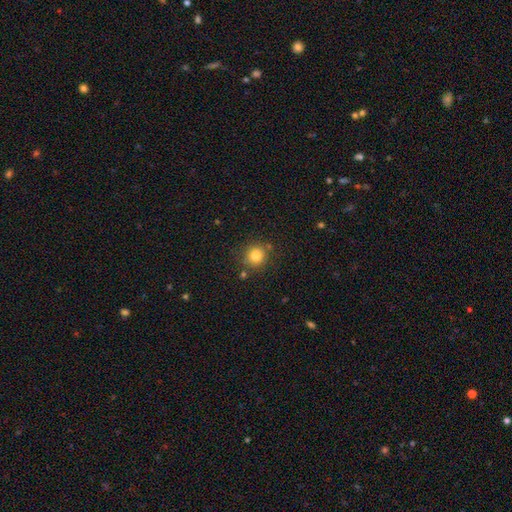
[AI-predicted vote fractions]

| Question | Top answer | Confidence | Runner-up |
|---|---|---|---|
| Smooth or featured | smooth | 81% | star or artifact (12%) |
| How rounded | round | 91% | in between (8%) |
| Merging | none | 82% | minor disturbance (10%) |